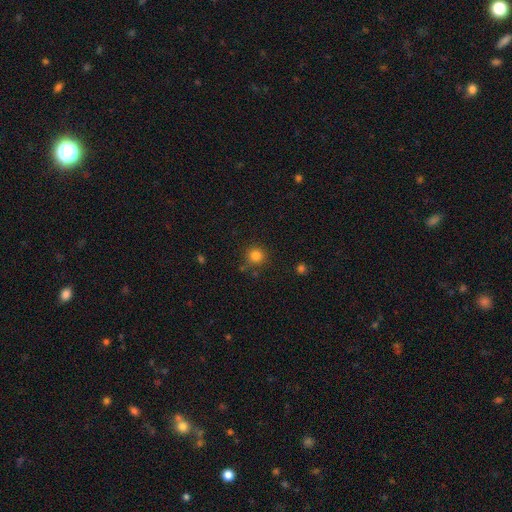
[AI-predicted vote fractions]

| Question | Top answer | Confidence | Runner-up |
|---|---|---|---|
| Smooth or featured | smooth | 82% | star or artifact (13%) |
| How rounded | round | 94% | in between (5%) |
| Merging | none | 83% | minor disturbance (10%) |